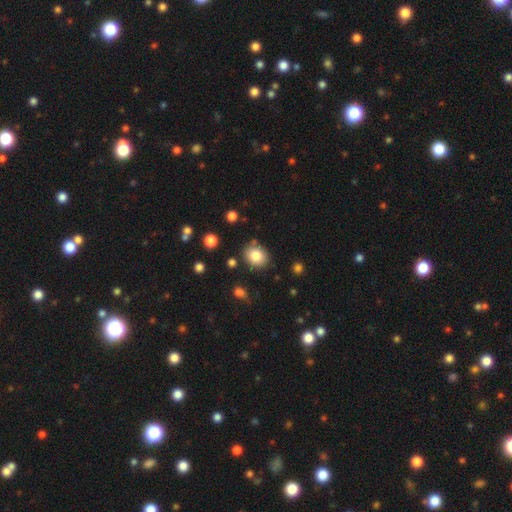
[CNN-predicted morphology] smooth_or_featured: smooth (p=0.82) [alt: star or artifact p=0.09]
how_rounded: round (p=0.58) [alt: in between p=0.41]
merging: none (p=0.82) [alt: minor disturbance p=0.11]